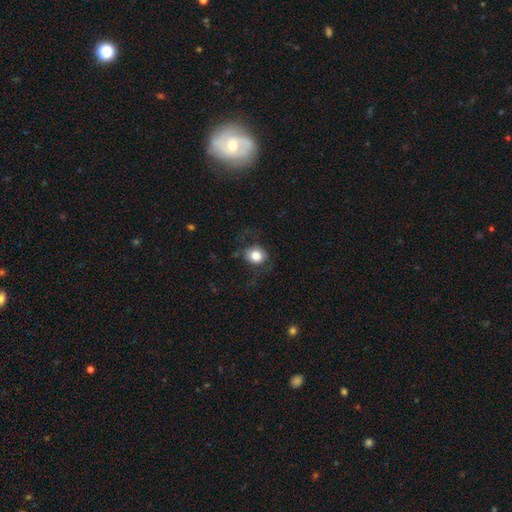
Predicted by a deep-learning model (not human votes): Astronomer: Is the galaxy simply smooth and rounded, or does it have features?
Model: smooth — 75%.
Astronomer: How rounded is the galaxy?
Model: round — 69%.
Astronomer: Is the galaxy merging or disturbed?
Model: none — 66%.